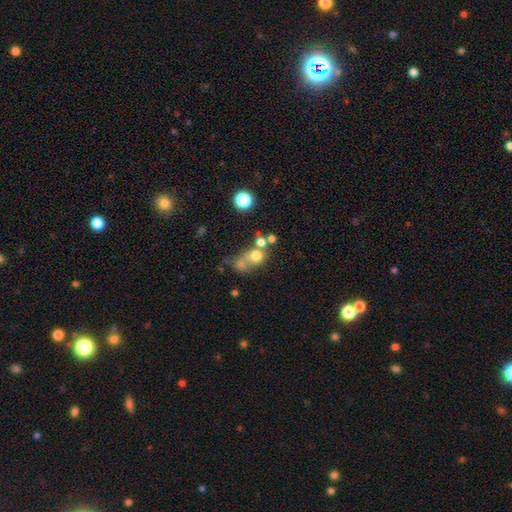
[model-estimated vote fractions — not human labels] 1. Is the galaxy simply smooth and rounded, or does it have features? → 64% smooth, 19% featured or disk, 17% star or artifact.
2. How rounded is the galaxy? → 75% round, 24% in between, 1% cigar-shaped.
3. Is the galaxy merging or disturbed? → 44% merger, 36% none, 11% minor disturbance, 10% major disturbance.